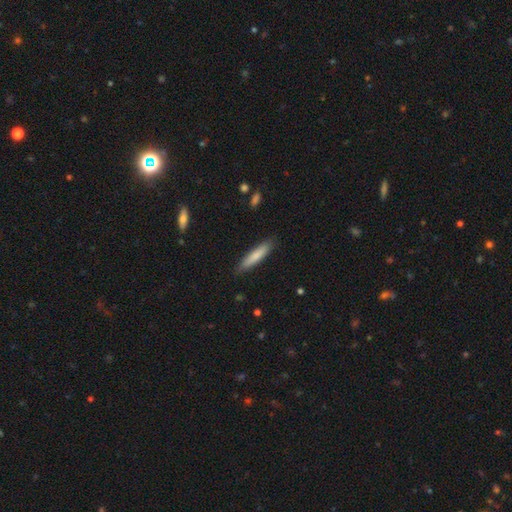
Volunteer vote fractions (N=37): This appears to be a smooth galaxy with no disk features (92%) that is cigar-shaped (94%). Merging: none (81%).